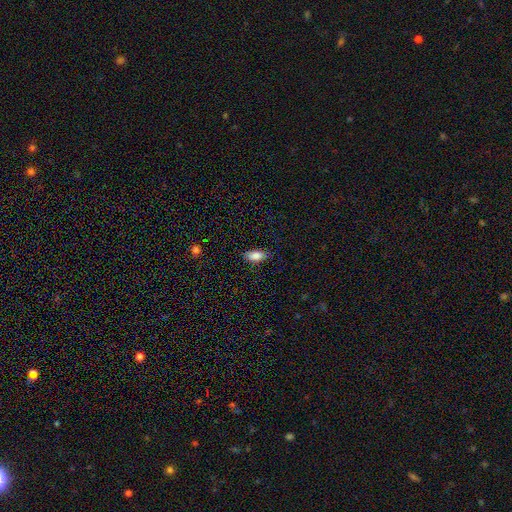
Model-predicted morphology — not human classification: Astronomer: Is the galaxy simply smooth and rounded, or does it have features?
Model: smooth — 86%.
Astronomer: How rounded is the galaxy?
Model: in between — 87%.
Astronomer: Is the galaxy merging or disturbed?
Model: none — 81%.